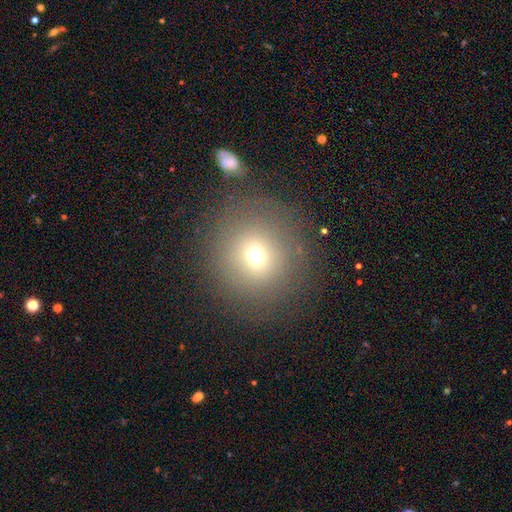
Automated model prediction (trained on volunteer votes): A smooth galaxy with no disk features (69%) that is round (93%). Merging: none (83%).